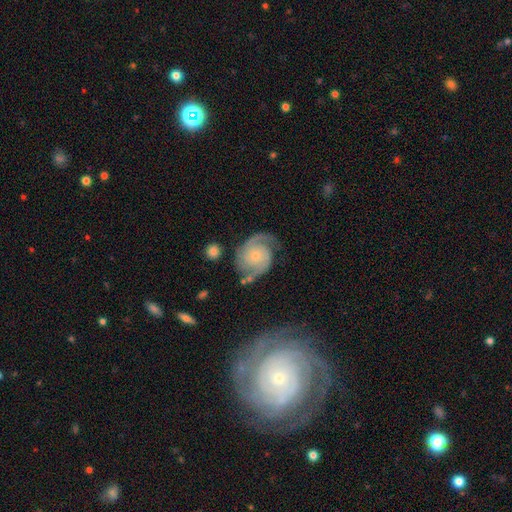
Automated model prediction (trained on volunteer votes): Q: Smooth or featured?
A: featured or disk (87%); runner-up: smooth (8%)
Q: Edge-on disk?
A: no (98%); runner-up: yes (2%)
Q: Bar?
A: no (74%); runner-up: weak (21%)
Q: Spiral arms?
A: yes (98%); runner-up: no (2%)
Q: Spiral winding?
A: medium (46%); runner-up: tight (42%)
Q: Spiral arm count?
A: 2 (86%); runner-up: 3 (5%)
Q: Bulge size?
A: small (74%); runner-up: moderate (19%)
Q: Merging?
A: none (70%); runner-up: minor disturbance (18%)